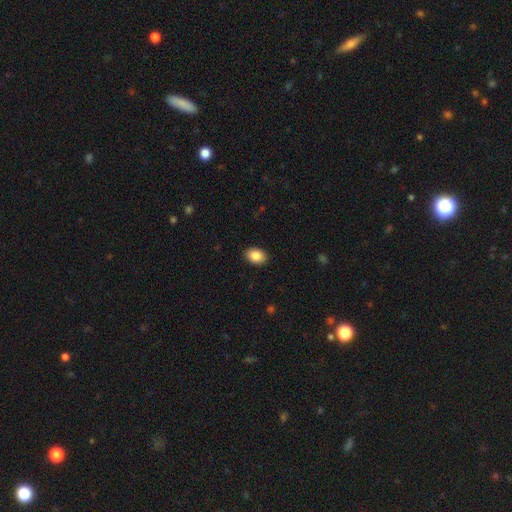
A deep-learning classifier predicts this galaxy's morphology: type=smooth (88%); roundness=in between (79%); merging=none (90%).